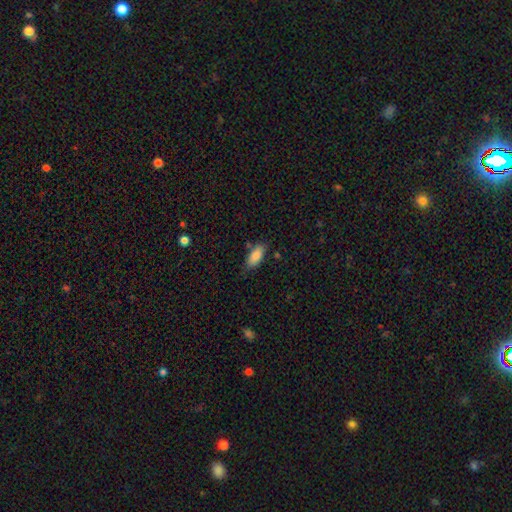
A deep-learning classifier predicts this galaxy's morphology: Smooth or featured: smooth — 86% (star or artifact — 7%)
How rounded: in between — 85% (cigar-shaped — 13%)
Merging: none — 72% (minor disturbance — 19%)